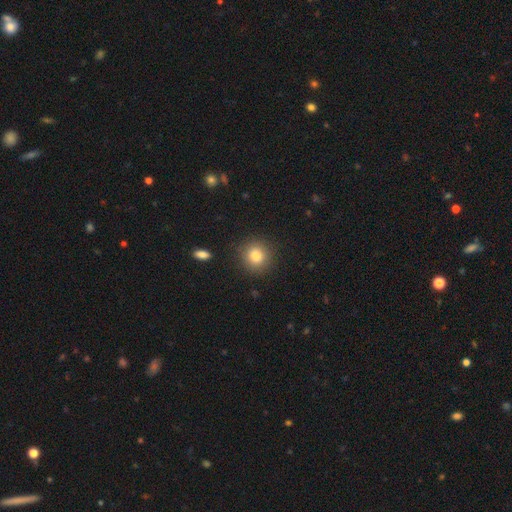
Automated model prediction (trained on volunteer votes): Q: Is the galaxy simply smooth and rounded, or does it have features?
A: smooth — 83%.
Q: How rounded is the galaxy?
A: round — 91%.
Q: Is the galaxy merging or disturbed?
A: none — 89%.